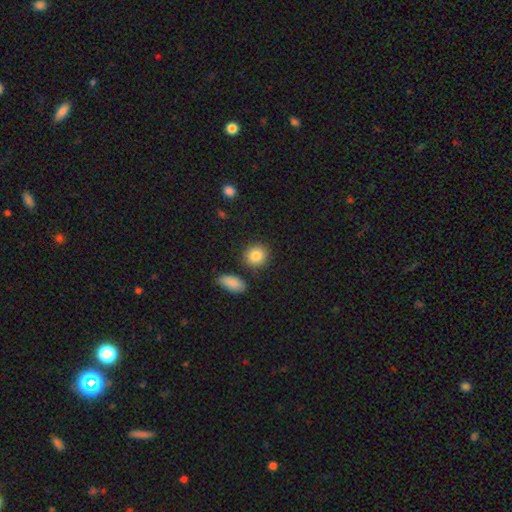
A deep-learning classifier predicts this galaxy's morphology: Smooth or featured?
  - smooth: 85% *
  - star or artifact: 8%
  - featured or disk: 7%
How rounded?
  - round: 80% *
  - in between: 19%
  - cigar-shaped: 1%
Merging?
  - none: 83% *
  - minor disturbance: 9%
  - merger: 5%
  - major disturbance: 3%